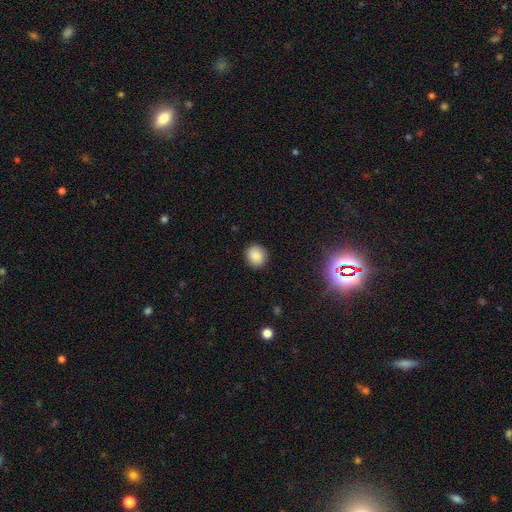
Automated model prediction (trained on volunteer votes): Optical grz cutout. It shows a smooth galaxy with no disk features (87%) that is round (87%). Merging: none (90%).